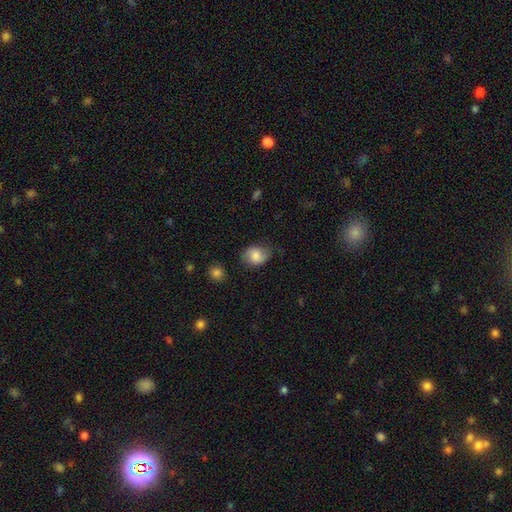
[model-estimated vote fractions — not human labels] Morphology: type=smooth (75%); roundness=in between (58%); merging=none (69%).